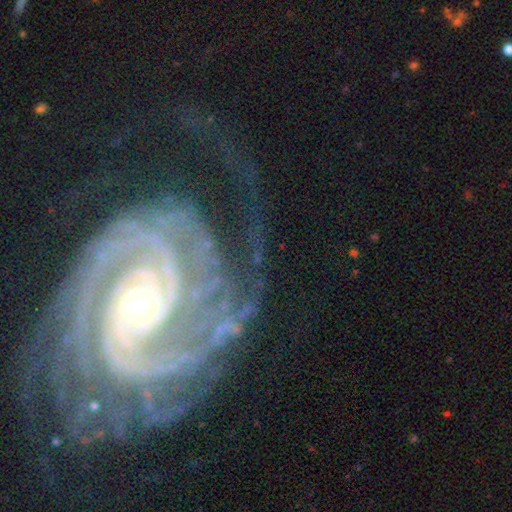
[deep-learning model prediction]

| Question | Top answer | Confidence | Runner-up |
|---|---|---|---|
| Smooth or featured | featured or disk | 91% | star or artifact (6%) |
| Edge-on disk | no | 97% | yes (3%) |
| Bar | no | 54% | weak (28%) |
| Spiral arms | yes | 98% | no (2%) |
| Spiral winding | tight | 68% | medium (25%) |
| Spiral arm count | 2 | 34% | 3 (19%) |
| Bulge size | moderate | 51% | small (43%) |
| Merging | none | 61% | major disturbance (18%) |